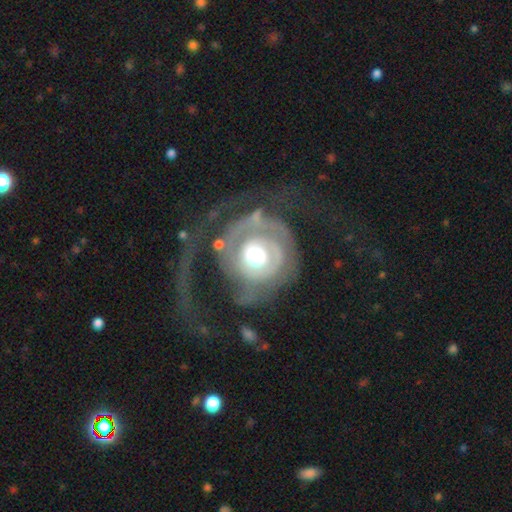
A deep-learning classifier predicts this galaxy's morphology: A featured or disk galaxy (77%) with no bar (80%), tight (56%) spiral arms (71%) and a moderate central bulge (62%).

Vote fractions:
- Smooth or featured? featured or disk: 77% / smooth: 18% / star or artifact: 6%
- Edge-on disk? no: 97% / yes: 3%
- Bar? no: 80% / weak: 15% / strong: 5%
- Spiral arms? yes: 71% / no: 29%
- Spiral winding? tight: 56% / medium: 25% / loose: 19%
- Spiral arm count? can't tell: 31% / 2: 27% / 1: 24% / 3: 8% / 4: 5% / more than 4: 5%
- Bulge size? moderate: 62% / large: 25% / small: 9% / dominant: 3% / none: 1%
- Merging? major disturbance: 45% / none: 34% / minor disturbance: 16% / merger: 5%